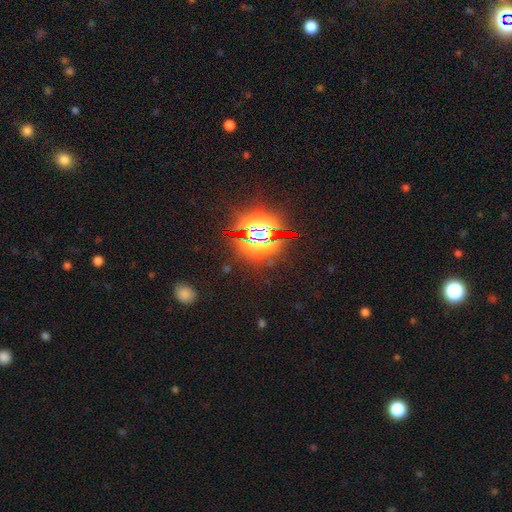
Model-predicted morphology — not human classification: Smooth or featured? star or artifact (86%)